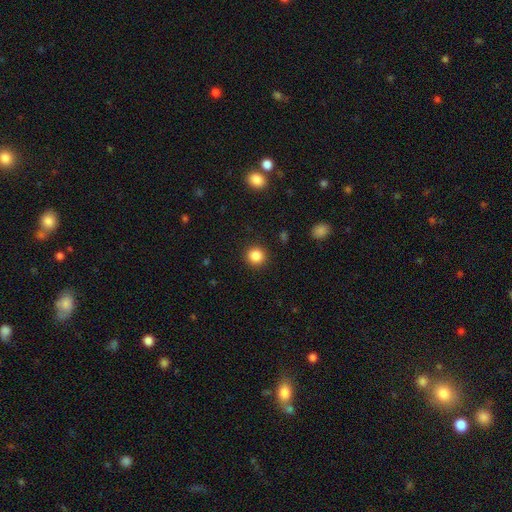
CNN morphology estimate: smooth-or-featured: smooth: 86% | star or artifact: 10% | featured or disk: 4%
  how-rounded: round: 91% | in between: 8% | cigar-shaped: 1%
  merging: none: 91% | minor disturbance: 6% | major disturbance: 2% | merger: 1%